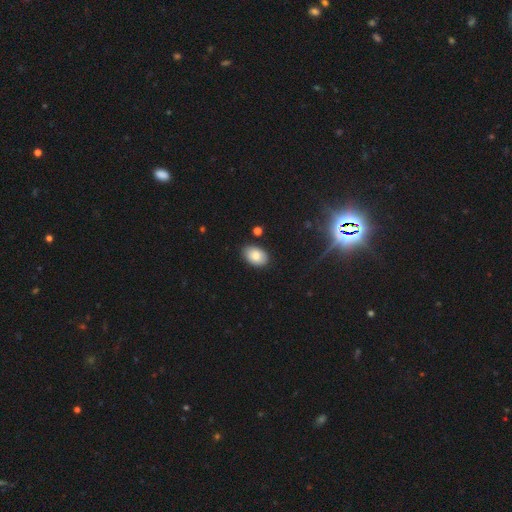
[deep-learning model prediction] A smooth galaxy with no disk features (84%) that is in between round and cigar-shaped (89%). Merging: none (84%).